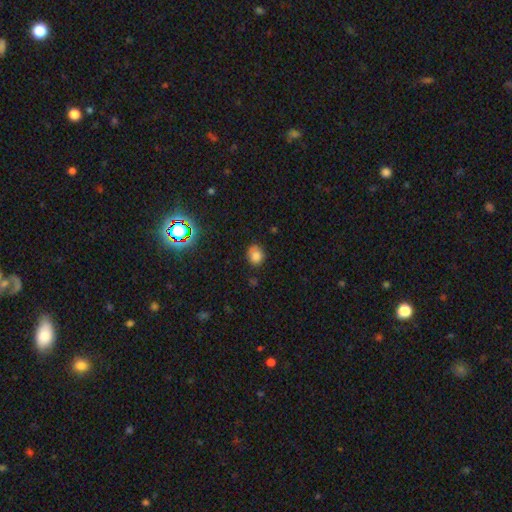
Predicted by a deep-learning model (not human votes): smooth_or_featured: smooth (p=0.80) [alt: star or artifact p=0.14]
how_rounded: round (p=0.67) [alt: in between p=0.32]
merging: none (p=0.74) [alt: minor disturbance p=0.20]